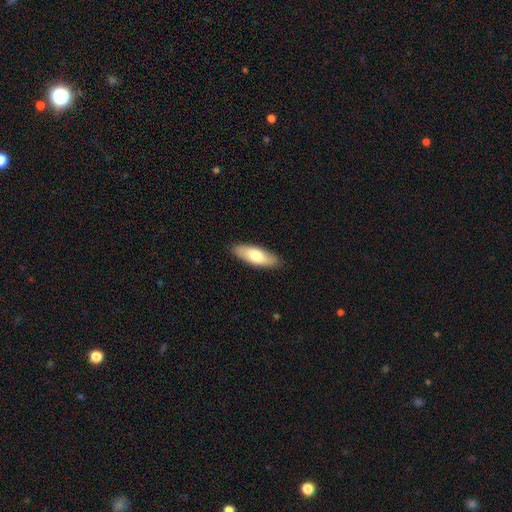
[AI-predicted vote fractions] smooth 73%, featured or disk 21%, star or artifact 5%. Down the decision tree: how rounded — in between (64%); merging — none (88%).